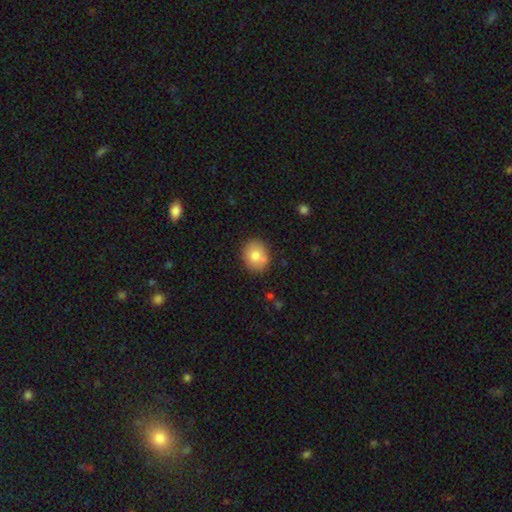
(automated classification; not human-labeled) A smooth galaxy with no disk features (77%) that is round (66%).

Vote fractions:
- Smooth or featured? smooth: 77% / featured or disk: 14% / star or artifact: 9%
- How rounded? round: 66% / in between: 33% / cigar-shaped: 1%
- Merging? none: 76% / minor disturbance: 16% / merger: 5% / major disturbance: 3%